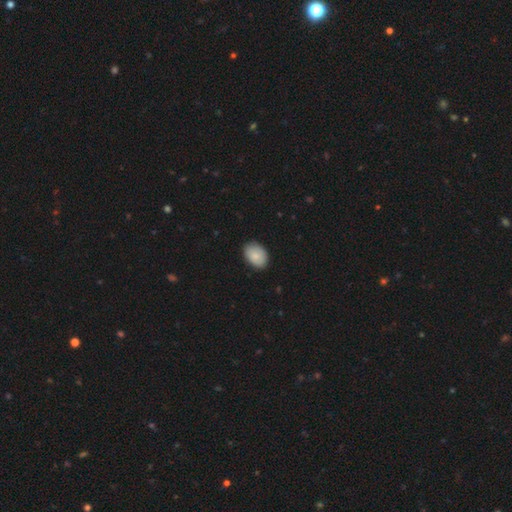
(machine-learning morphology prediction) Q: Smooth or featured?
A: smooth (84%); runner-up: featured or disk (10%)
Q: How rounded?
A: in between (84%); runner-up: round (15%)
Q: Merging?
A: none (85%); runner-up: minor disturbance (12%)